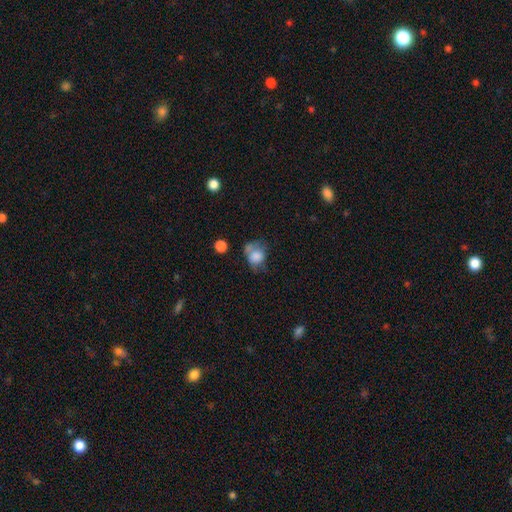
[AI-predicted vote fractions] Overall: smooth (75%). How rounded: round (61%; in between 38%). Merging: none (32%; minor disturbance 27%).